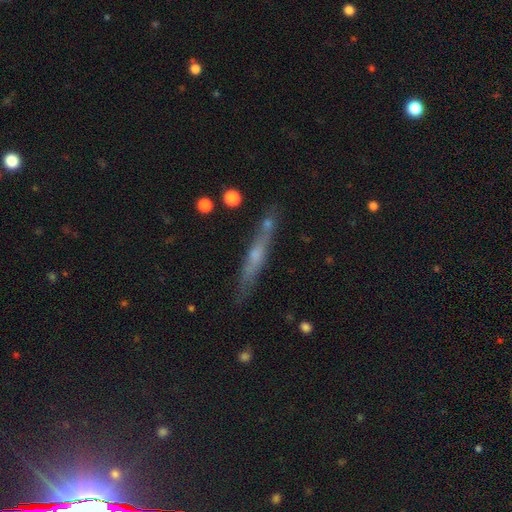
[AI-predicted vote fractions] A featured or disk galaxy (57%) viewed edge-on (91%) with a rounded central bulge (51%). Merging: none (78%).